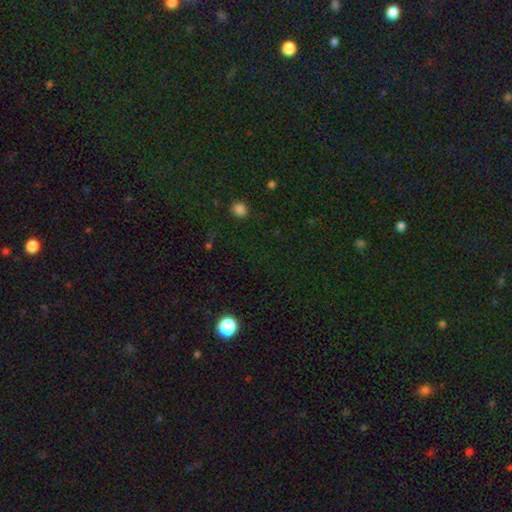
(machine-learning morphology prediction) Overall: star or artifact (65%; smooth 27%).